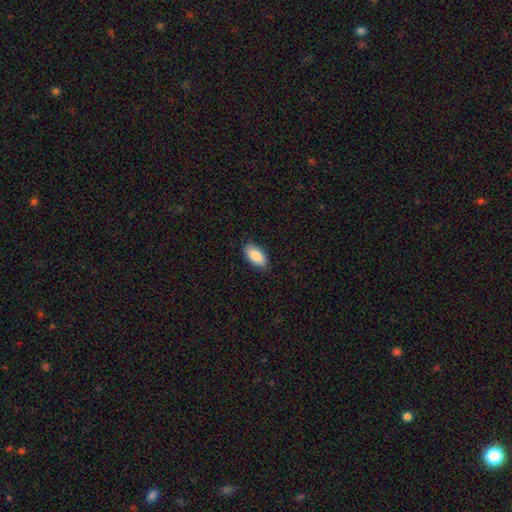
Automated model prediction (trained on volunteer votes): Smooth or featured: smooth — 89% (star or artifact — 6%)
How rounded: in between — 92% (cigar-shaped — 6%)
Merging: none — 87% (minor disturbance — 10%)